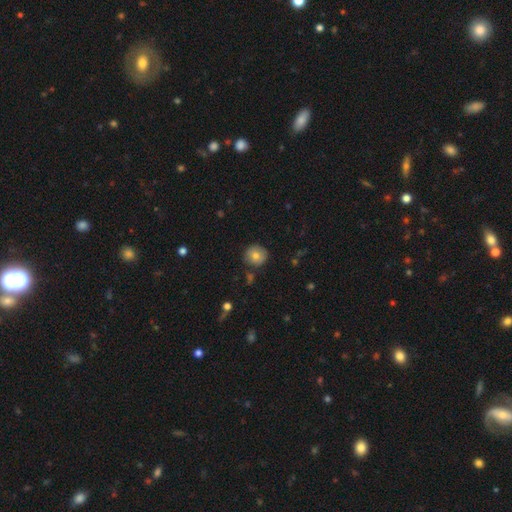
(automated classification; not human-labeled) Smooth or featured? smooth (75%)
How rounded? round (92%)
Merging? none (83%)